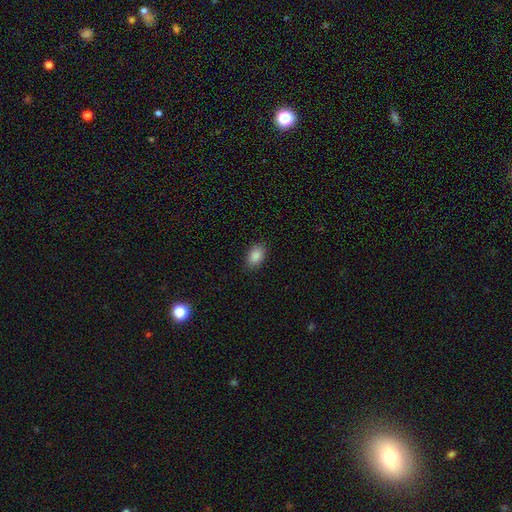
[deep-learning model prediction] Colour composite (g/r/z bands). It shows a smooth galaxy with no disk features (89%) that is in between round and cigar-shaped (90%). Merging: none (87%).